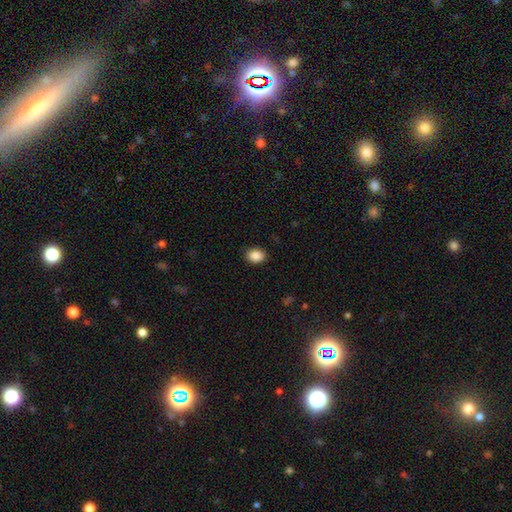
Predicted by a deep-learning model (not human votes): A smooth galaxy with no disk features (89%) that is in between round and cigar-shaped (61%).

Vote fractions:
- Smooth or featured? smooth: 89% / star or artifact: 8% / featured or disk: 3%
- How rounded? in between: 61% / round: 38% / cigar-shaped: 1%
- Merging? none: 88% / minor disturbance: 8% / major disturbance: 2% / merger: 1%